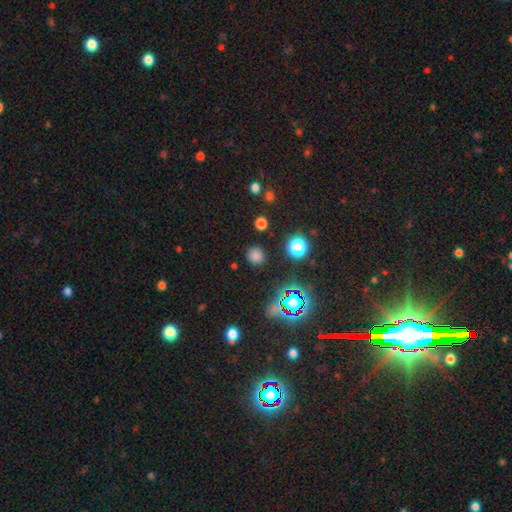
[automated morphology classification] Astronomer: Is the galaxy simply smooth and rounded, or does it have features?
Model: smooth — 71%.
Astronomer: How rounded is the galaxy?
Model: round — 91%.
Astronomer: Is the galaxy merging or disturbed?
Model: none — 87%.